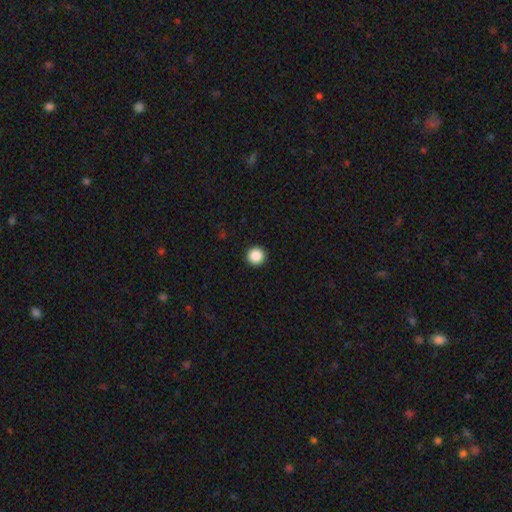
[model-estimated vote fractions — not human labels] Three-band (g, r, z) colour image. It shows a smooth galaxy with no disk features (88%) that is round (97%). Merging: none (94%).